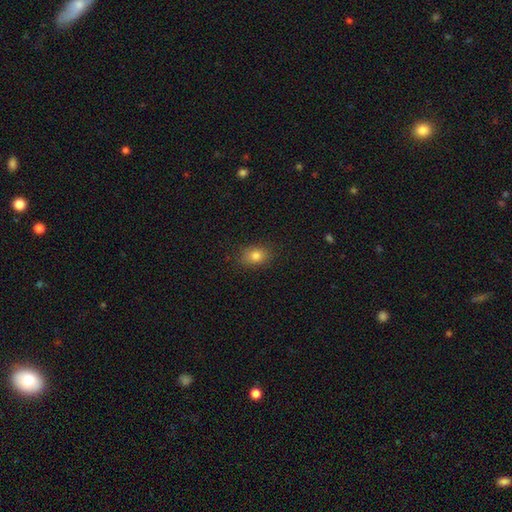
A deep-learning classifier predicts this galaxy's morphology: This is clearly a smooth galaxy (81%). How rounded: likely in between (64%). Merging: clearly none (84%).